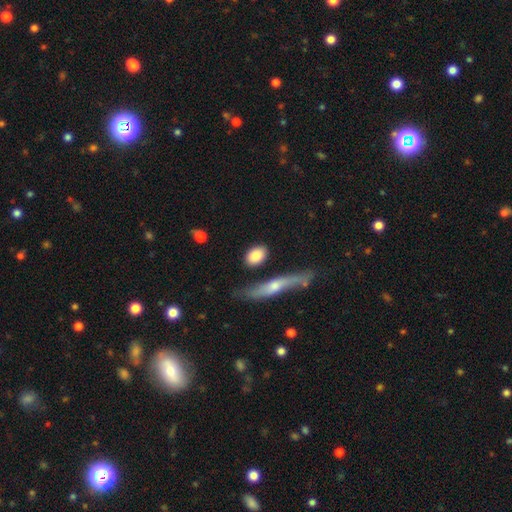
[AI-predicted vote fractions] This appears to be a smooth galaxy with no disk features (83%) that is in between round and cigar-shaped (75%). Merging: none (77%).